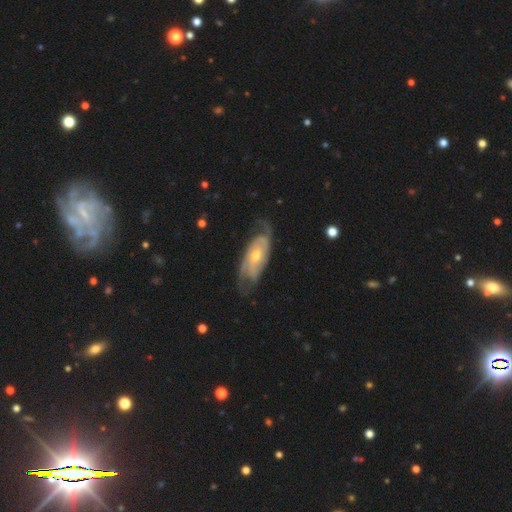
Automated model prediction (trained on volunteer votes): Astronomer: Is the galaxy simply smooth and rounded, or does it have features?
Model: featured or disk — 82%.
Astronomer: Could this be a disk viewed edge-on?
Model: no — 91%.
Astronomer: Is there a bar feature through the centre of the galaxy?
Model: no — 67%.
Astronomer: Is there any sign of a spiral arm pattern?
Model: yes — 93%.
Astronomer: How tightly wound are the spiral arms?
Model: tight — 43% (runner-up: medium, 38%).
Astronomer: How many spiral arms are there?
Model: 2 — 58%.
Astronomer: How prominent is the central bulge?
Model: moderate — 57% (runner-up: small, 38%).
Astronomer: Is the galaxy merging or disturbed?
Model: none — 66%.